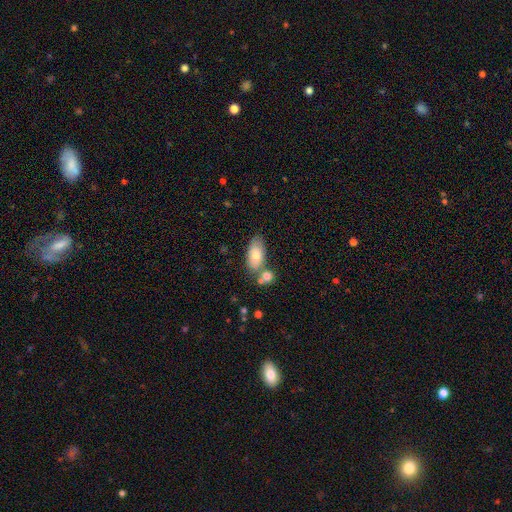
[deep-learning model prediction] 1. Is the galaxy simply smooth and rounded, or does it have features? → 79% smooth, 15% featured or disk, 7% star or artifact.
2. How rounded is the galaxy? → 92% in between, 5% cigar-shaped, 4% round.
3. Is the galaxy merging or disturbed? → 56% none, 22% merger, 17% minor disturbance, 5% major disturbance.